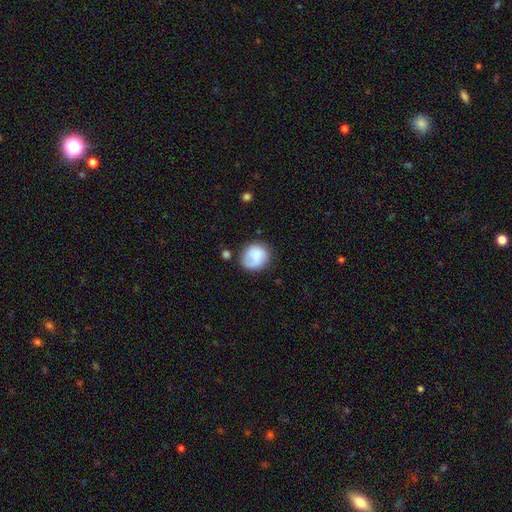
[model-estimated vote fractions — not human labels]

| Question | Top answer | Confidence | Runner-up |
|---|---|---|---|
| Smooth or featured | smooth | 74% | featured or disk (18%) |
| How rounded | round | 80% | in between (19%) |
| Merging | none | 66% | minor disturbance (21%) |